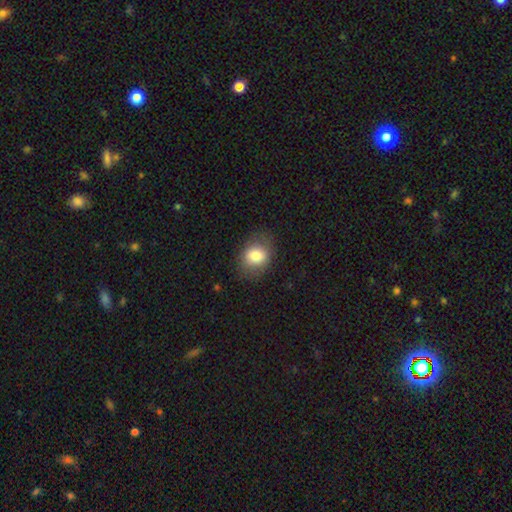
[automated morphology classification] The model was most divided on "how rounded": in between: 59%, round: 40%, cigar-shaped: 1%. More confident: merging — none (80%); smooth or featured — smooth (79%).